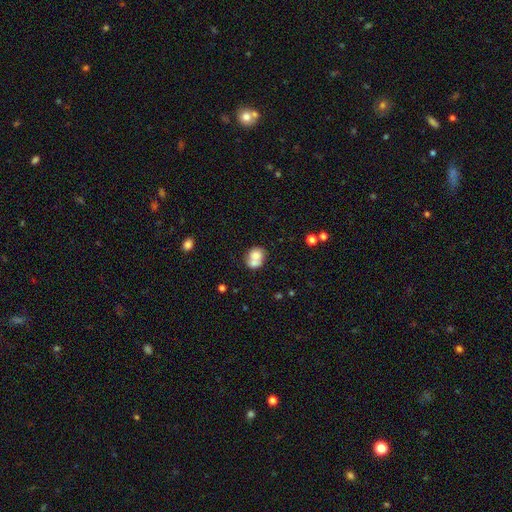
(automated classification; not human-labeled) smooth 69%, featured or disk 22%, star or artifact 9%. Down the decision tree: how rounded — round (59%); merging — merger (57%).